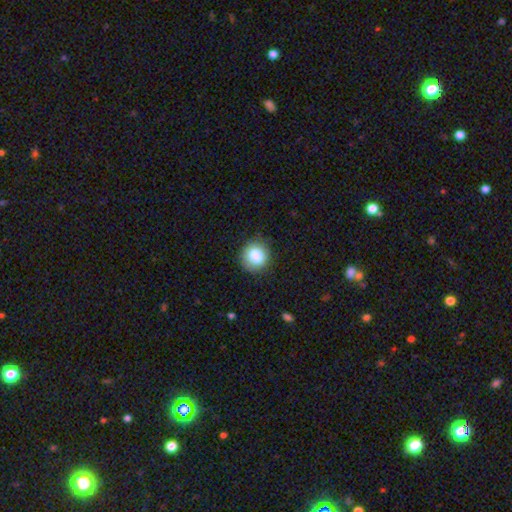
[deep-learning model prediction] Overall: smooth (83%). How rounded: round (89%). Merging: none (86%).